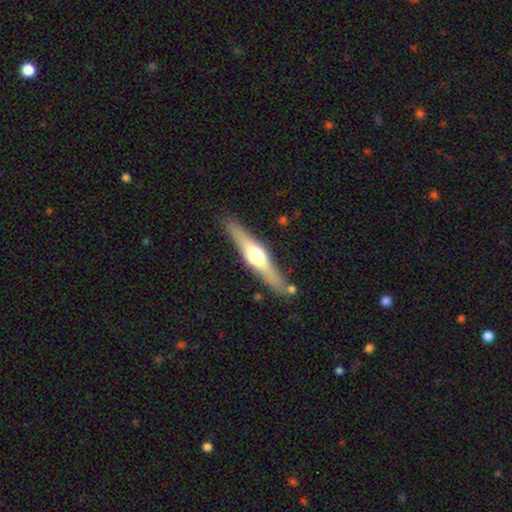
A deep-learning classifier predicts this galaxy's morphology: Smooth or featured? featured or disk (66%)
Edge-on disk? yes (95%)
Edge-on bulge? rounded (94%)
Merging? none (85%)